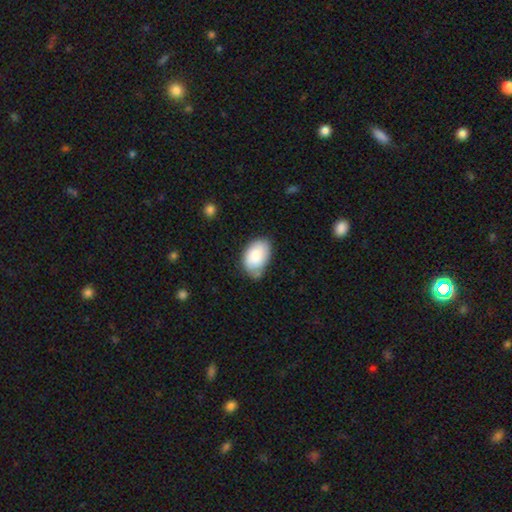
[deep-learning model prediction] A smooth galaxy with no disk features (85%) that is in between round and cigar-shaped (90%).

Vote fractions:
- Smooth or featured? smooth: 85% / featured or disk: 9% / star or artifact: 6%
- How rounded? in between: 90% / round: 8% / cigar-shaped: 1%
- Merging? none: 63% / minor disturbance: 27% / major disturbance: 6% / merger: 4%